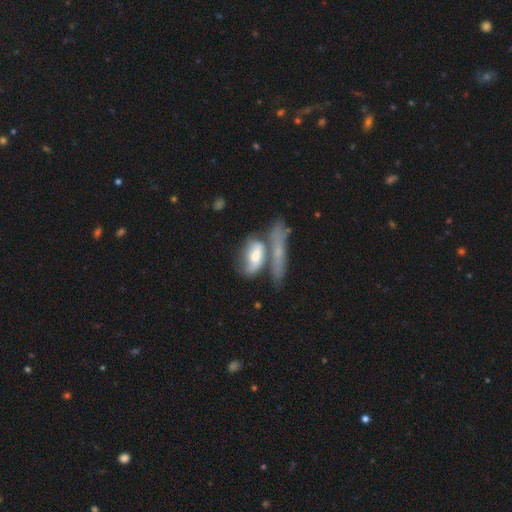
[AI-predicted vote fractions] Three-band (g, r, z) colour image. It shows a smooth galaxy with no disk features (51%) that is in between round and cigar-shaped (62%). Merging: merger (48%).